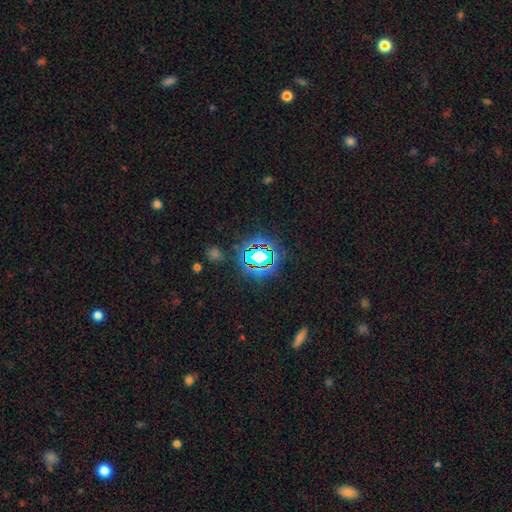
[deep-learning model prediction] Q: Smooth or featured?
A: star or artifact (74%); runner-up: smooth (17%)